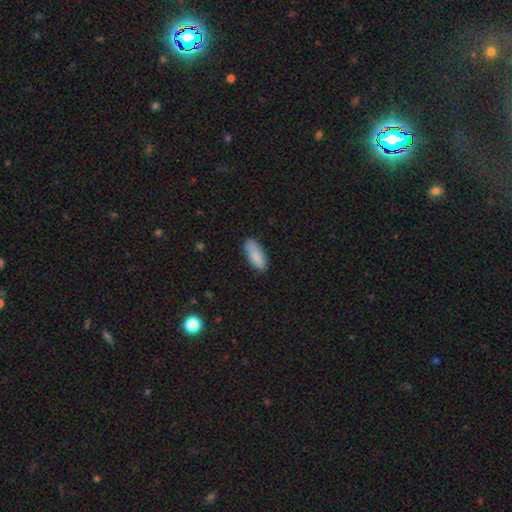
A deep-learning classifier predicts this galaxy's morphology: smooth_or_featured: smooth (p=0.88) [alt: featured or disk p=0.06]
how_rounded: in between (p=0.77) [alt: cigar-shaped p=0.21]
merging: none (p=0.82) [alt: minor disturbance p=0.14]